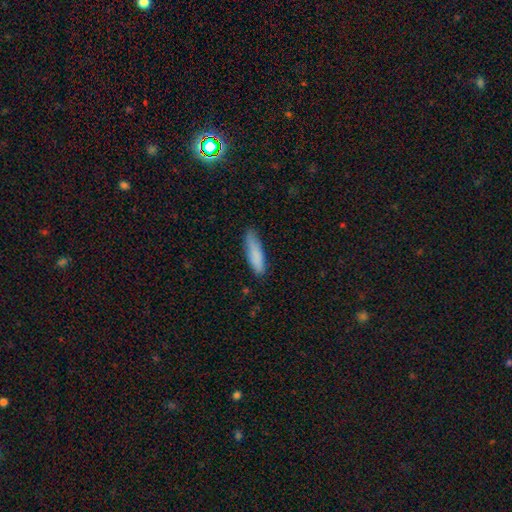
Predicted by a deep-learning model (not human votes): Smooth or featured: smooth — 85% (featured or disk — 9%)
How rounded: cigar-shaped — 69% (in between — 29%)
Merging: none — 77% (minor disturbance — 19%)